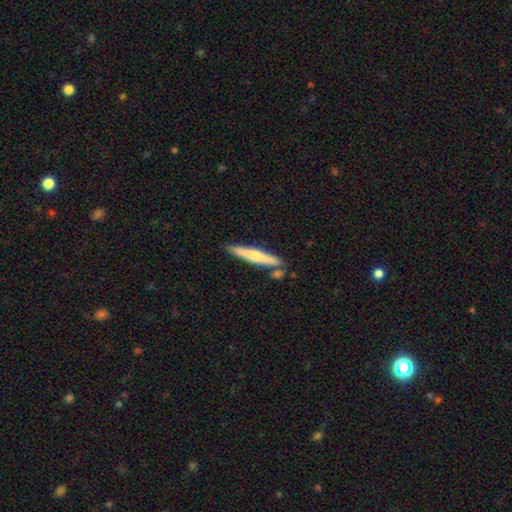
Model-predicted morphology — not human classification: Smooth or featured? smooth (55%)
How rounded? cigar-shaped (92%)
Merging? none (78%)